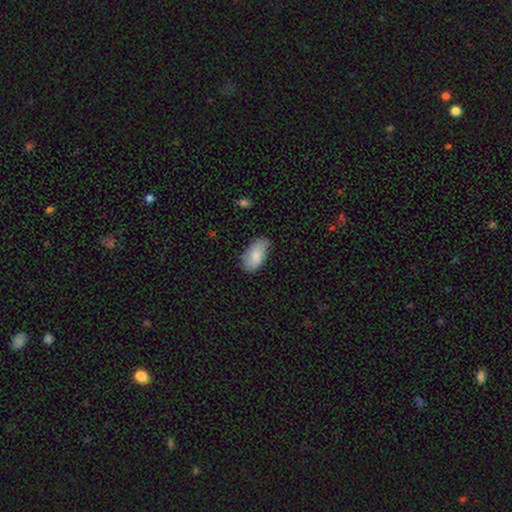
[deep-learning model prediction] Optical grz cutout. It shows a smooth galaxy with no disk features (82%) that is in between round and cigar-shaped (95%). Merging: none (68%).